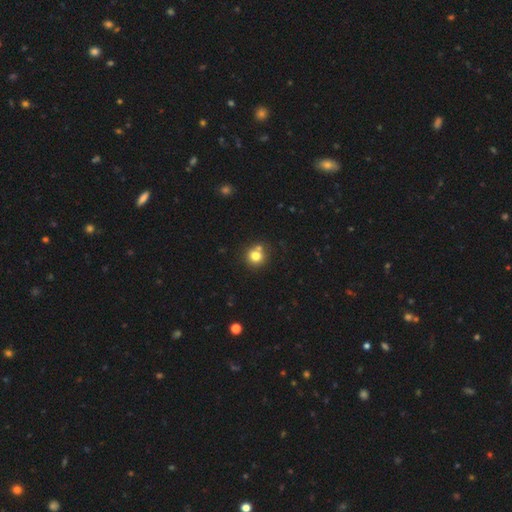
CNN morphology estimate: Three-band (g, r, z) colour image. It shows a smooth galaxy with no disk features (78%) that is round (91%). Merging: none (70%).